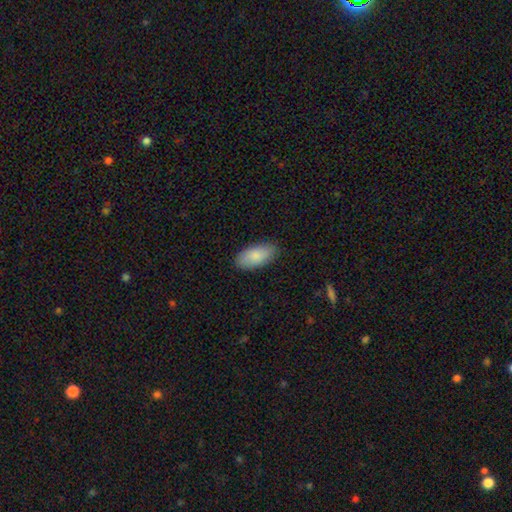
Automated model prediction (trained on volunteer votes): Smooth or featured? smooth (85%)
How rounded? in between (91%)
Merging? none (86%)